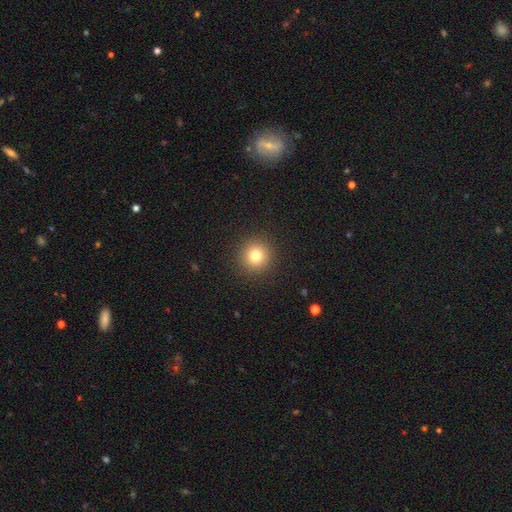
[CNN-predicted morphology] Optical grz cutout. It shows a smooth galaxy with no disk features (79%) that is round (95%). Merging: none (92%).